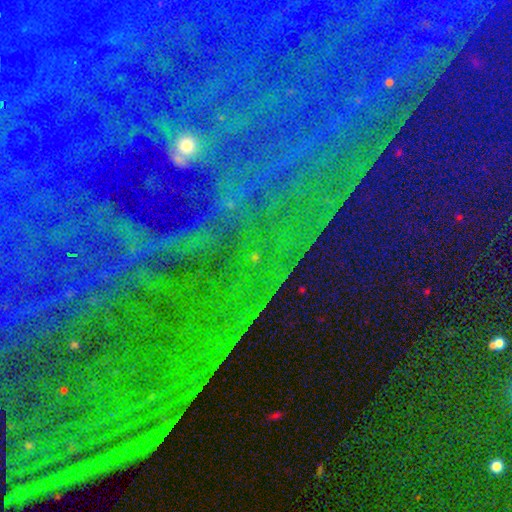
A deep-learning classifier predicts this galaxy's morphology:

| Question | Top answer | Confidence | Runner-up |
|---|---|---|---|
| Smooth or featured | star or artifact | 86% | featured or disk (8%) |